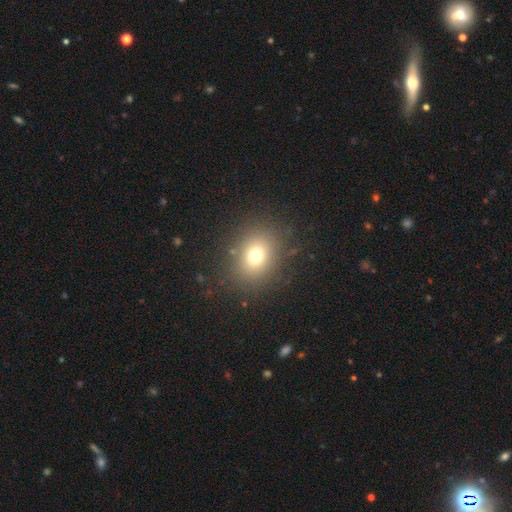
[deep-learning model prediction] smooth_or_featured: smooth (p=0.72) [alt: star or artifact p=0.17]
how_rounded: round (p=0.56) [alt: in between p=0.43]
merging: none (p=0.84) [alt: minor disturbance p=0.09]